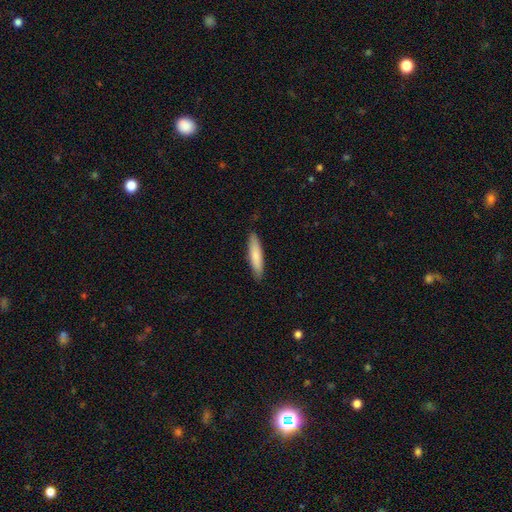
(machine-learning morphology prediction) smooth 80%, featured or disk 15%, star or artifact 5%. Down the decision tree: how rounded — cigar-shaped (83%); merging — none (89%).